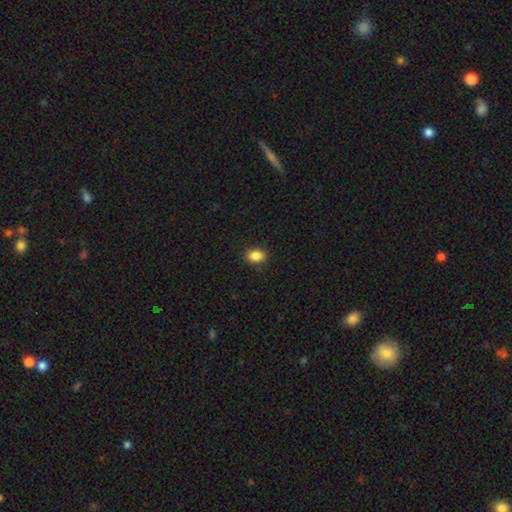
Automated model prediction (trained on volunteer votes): This is clearly a smooth galaxy (88%). How rounded: likely in between (73%). Merging: clearly none (90%).